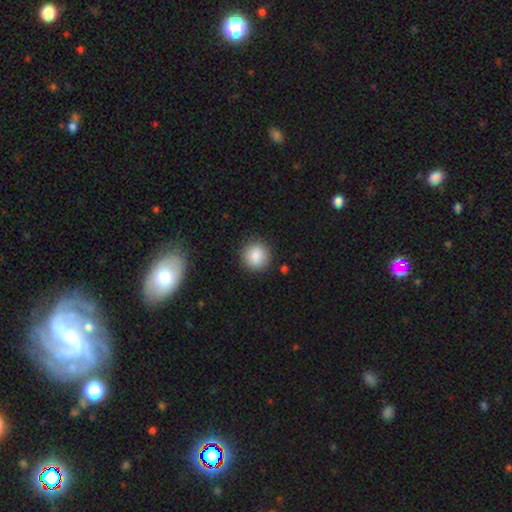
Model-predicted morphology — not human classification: Smooth or featured: smooth — 86% (star or artifact — 9%)
How rounded: round — 93% (in between — 6%)
Merging: none — 89% (minor disturbance — 7%)